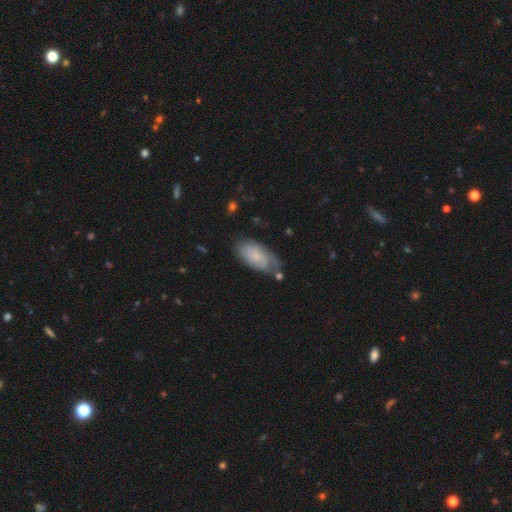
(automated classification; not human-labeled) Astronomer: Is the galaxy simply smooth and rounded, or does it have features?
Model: smooth — 48% (runner-up: featured or disk, 45%).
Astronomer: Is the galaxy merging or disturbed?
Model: none — 62%.